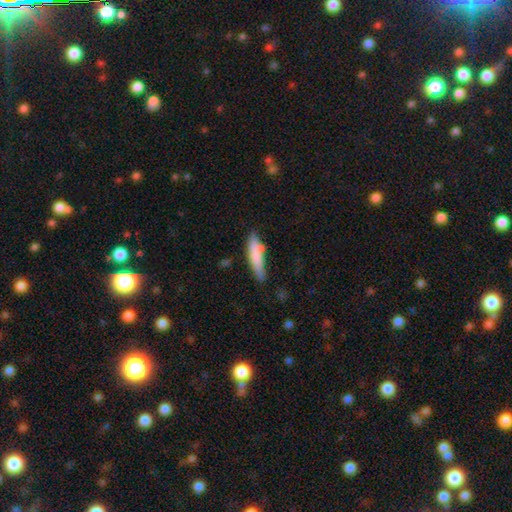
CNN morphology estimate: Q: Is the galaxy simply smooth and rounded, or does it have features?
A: smooth — 74%.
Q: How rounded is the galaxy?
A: cigar-shaped — 77%.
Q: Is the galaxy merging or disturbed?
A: none — 67%.